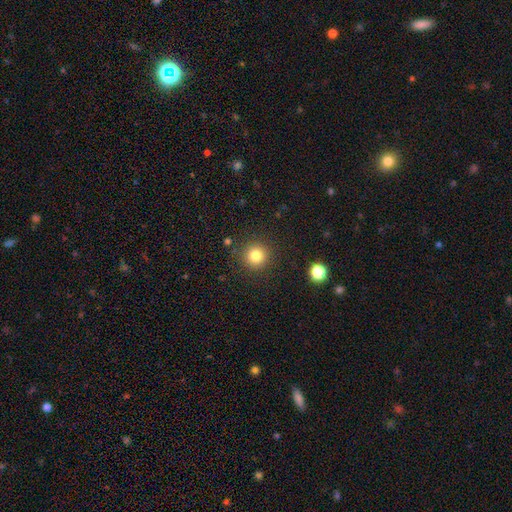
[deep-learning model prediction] A smooth galaxy with no disk features (82%) that is round (94%).

Vote fractions:
- Smooth or featured? smooth: 82% / star or artifact: 12% / featured or disk: 6%
- How rounded? round: 94% / in between: 5% / cigar-shaped: 1%
- Merging? none: 90% / minor disturbance: 6% / major disturbance: 3% / merger: 2%